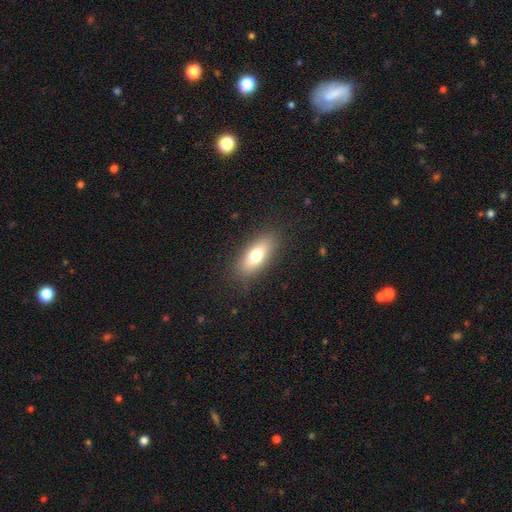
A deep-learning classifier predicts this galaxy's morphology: smooth-or-featured: smooth: 72% | featured or disk: 20% | star or artifact: 8%
  how-rounded: in between: 75% | cigar-shaped: 22% | round: 3%
  merging: none: 86% | minor disturbance: 10% | major disturbance: 3% | merger: 1%